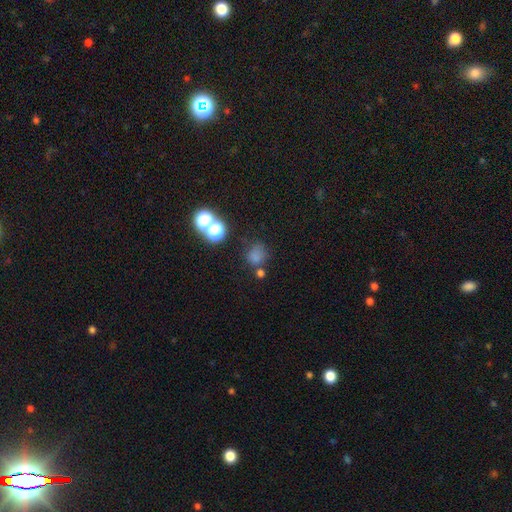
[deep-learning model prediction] smooth 69%, star or artifact 23%, featured or disk 8%. Down the decision tree: how rounded — round (77%); merging — none (58%).